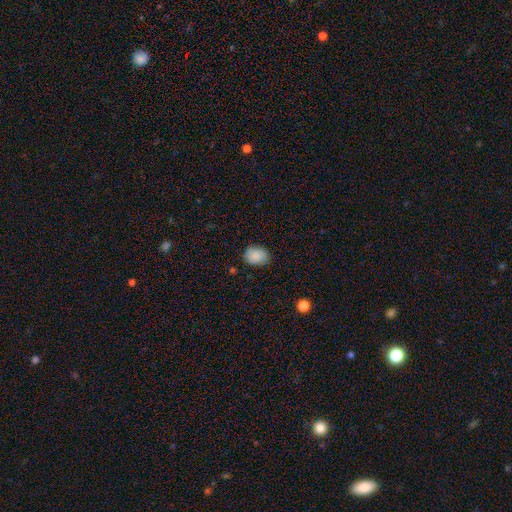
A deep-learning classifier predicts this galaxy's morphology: Overall: smooth (87%). How rounded: in between (64%; round 35%). Merging: none (80%).